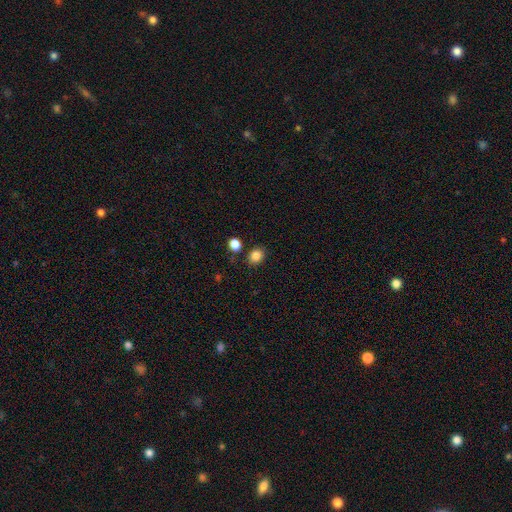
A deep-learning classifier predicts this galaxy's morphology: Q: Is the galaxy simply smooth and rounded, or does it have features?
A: smooth — 85%.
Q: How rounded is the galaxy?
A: round — 64%.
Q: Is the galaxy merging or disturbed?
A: none — 81%.